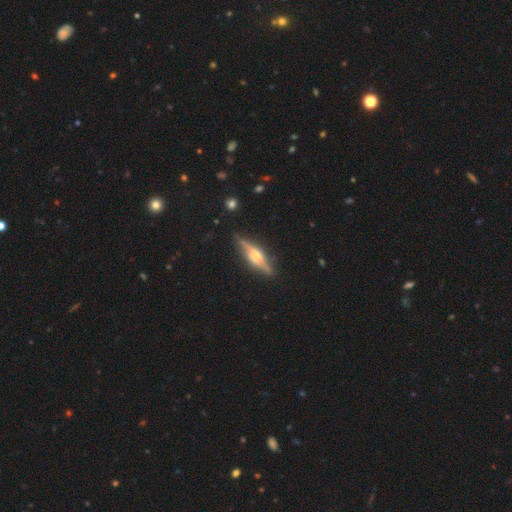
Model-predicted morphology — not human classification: type=featured or disk (76%); edge-on=yes (94%); edge-on bulge=rounded (86%); merging=none (85%).